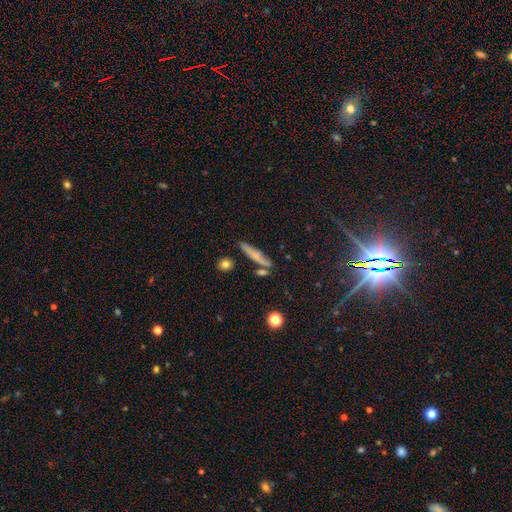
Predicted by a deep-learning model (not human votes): Overall: smooth (56%; featured or disk 33%). How rounded: cigar-shaped (86%). Merging: none (74%).